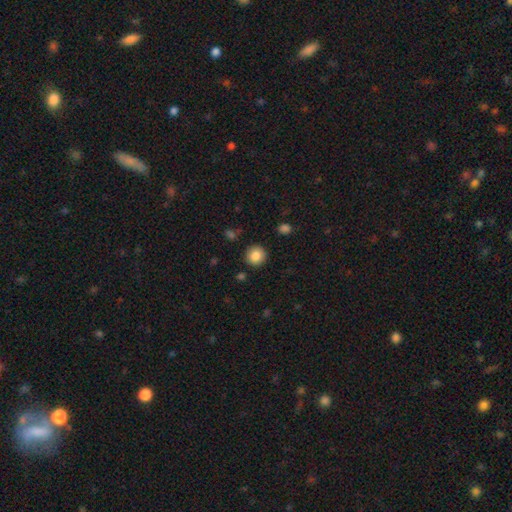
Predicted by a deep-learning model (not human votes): Q: Smooth or featured?
A: smooth (86%); runner-up: star or artifact (9%)
Q: How rounded?
A: round (93%); runner-up: in between (6%)
Q: Merging?
A: none (90%); runner-up: minor disturbance (6%)